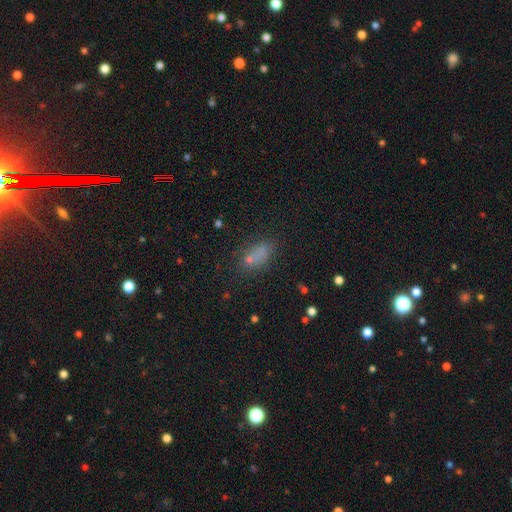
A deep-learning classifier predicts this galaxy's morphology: smooth_or_featured: smooth (p=0.65) [alt: star or artifact p=0.25]
how_rounded: in between (p=0.78) [alt: round p=0.14]
merging: none (p=0.65) [alt: minor disturbance p=0.16]